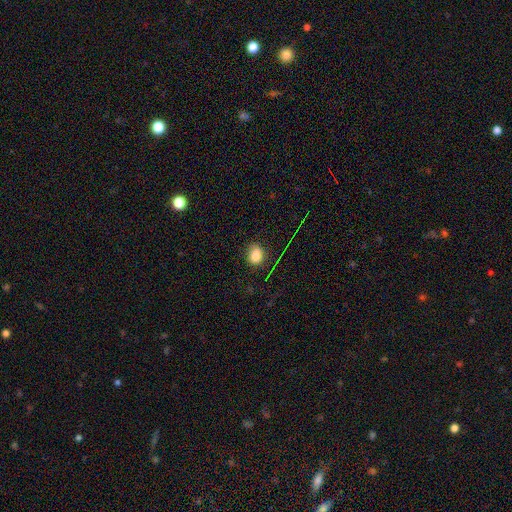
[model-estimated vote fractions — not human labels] The model was most divided on "how rounded": in between: 52%, round: 46%, cigar-shaped: 1%. More confident: smooth or featured — smooth (78%); merging — none (73%).